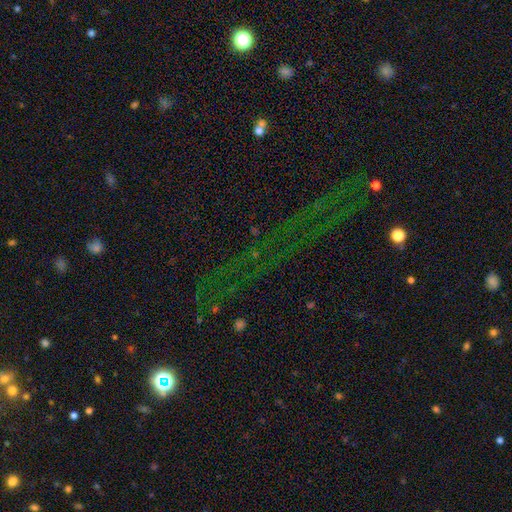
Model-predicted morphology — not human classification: smooth-or-featured: star or artifact: 70% | smooth: 17% | featured or disk: 13%